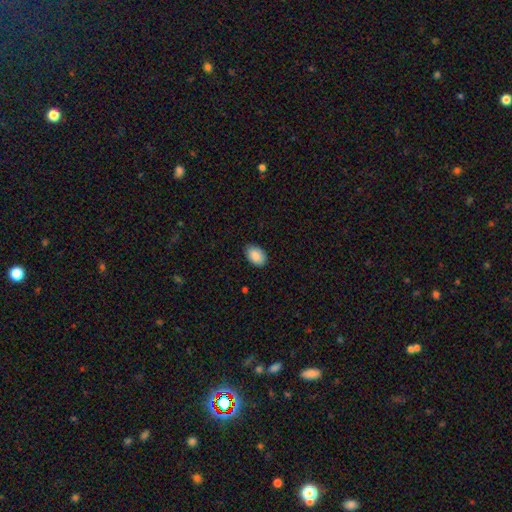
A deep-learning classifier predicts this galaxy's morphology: Smooth or featured: smooth — 90% (star or artifact — 6%)
How rounded: in between — 88% (round — 11%)
Merging: none — 86% (minor disturbance — 11%)